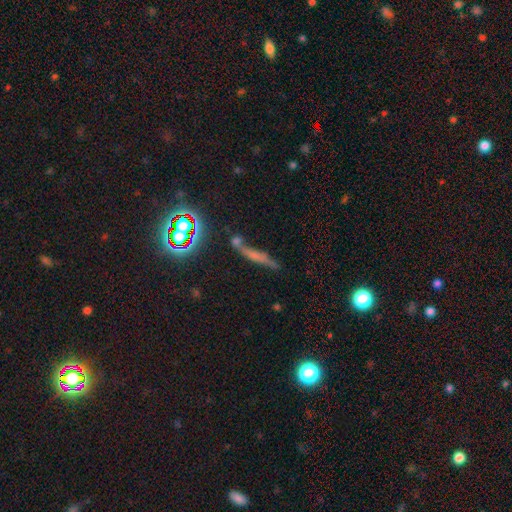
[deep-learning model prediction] The model was most divided on "smooth or featured": smooth: 40%, featured or disk: 35%, star or artifact: 25%. More confident: merging — none (53%).